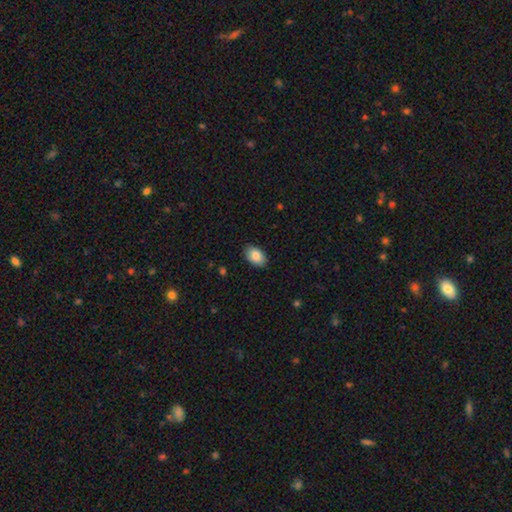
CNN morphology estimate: Q: Smooth or featured?
A: smooth (86%); runner-up: featured or disk (7%)
Q: How rounded?
A: in between (91%); runner-up: round (8%)
Q: Merging?
A: none (87%); runner-up: minor disturbance (10%)